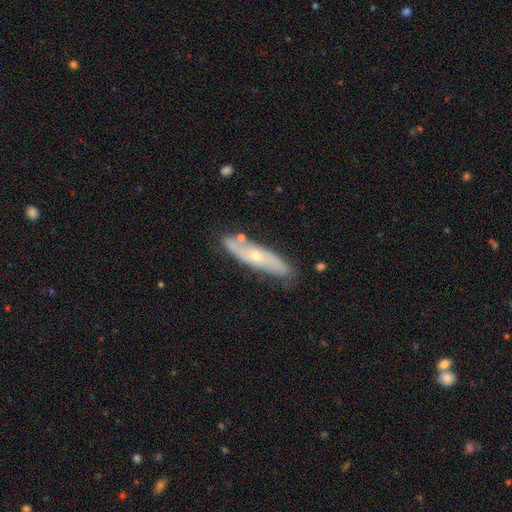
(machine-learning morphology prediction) smooth-or-featured: featured or disk: 60% | smooth: 33% | star or artifact: 6%
  disk-edge-on: no: 60% | yes: 40%
  merging: none: 73% | minor disturbance: 18% | merger: 5% | major disturbance: 4%